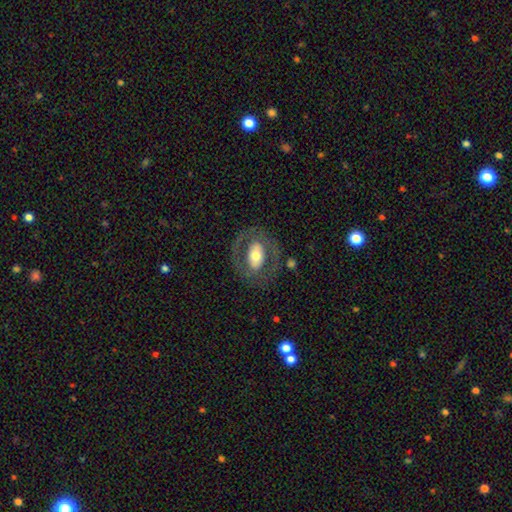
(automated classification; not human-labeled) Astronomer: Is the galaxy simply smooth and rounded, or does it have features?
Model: featured or disk — 55% (runner-up: smooth, 39%).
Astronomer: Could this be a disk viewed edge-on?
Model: no — 92%.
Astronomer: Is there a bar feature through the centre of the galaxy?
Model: no — 52%.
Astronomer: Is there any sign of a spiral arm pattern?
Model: no — 69%.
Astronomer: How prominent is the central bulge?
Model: moderate — 59%.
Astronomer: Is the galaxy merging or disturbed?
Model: none — 72%.